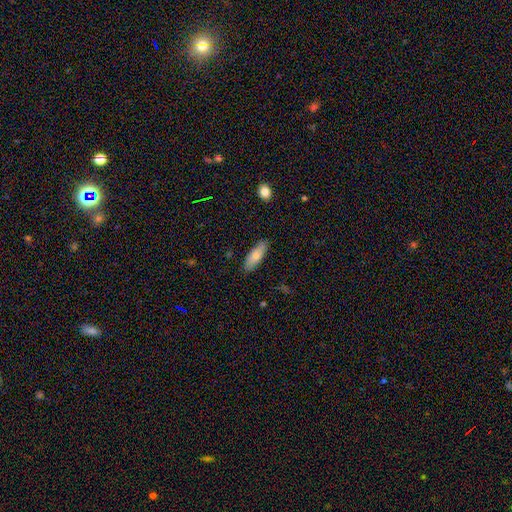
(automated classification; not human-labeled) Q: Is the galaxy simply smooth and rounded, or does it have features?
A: smooth — 74%.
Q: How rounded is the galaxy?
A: in between — 60%.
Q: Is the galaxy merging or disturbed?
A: none — 84%.